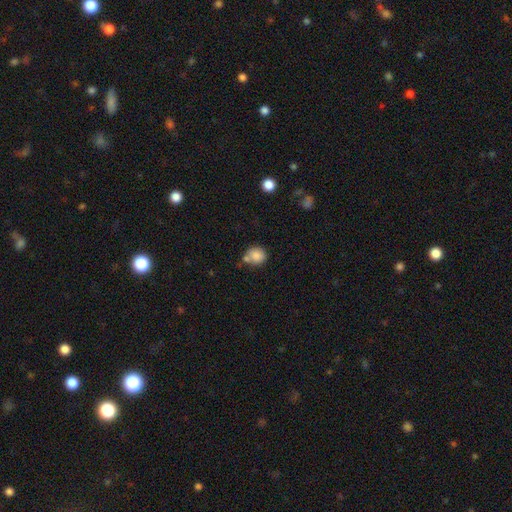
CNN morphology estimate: Smooth or featured?
  - smooth: 84% *
  - star or artifact: 9%
  - featured or disk: 6%
How rounded?
  - round: 79% *
  - in between: 20%
  - cigar-shaped: 1%
Merging?
  - none: 57% *
  - merger: 23%
  - minor disturbance: 16%
  - major disturbance: 5%